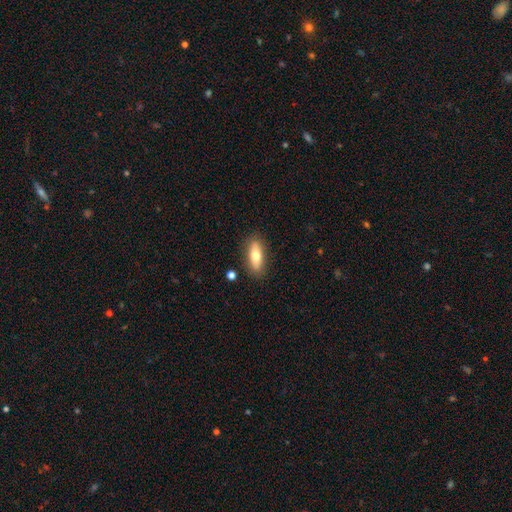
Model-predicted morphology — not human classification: Smooth or featured? smooth (70%)
How rounded? in between (64%)
Merging? none (85%)